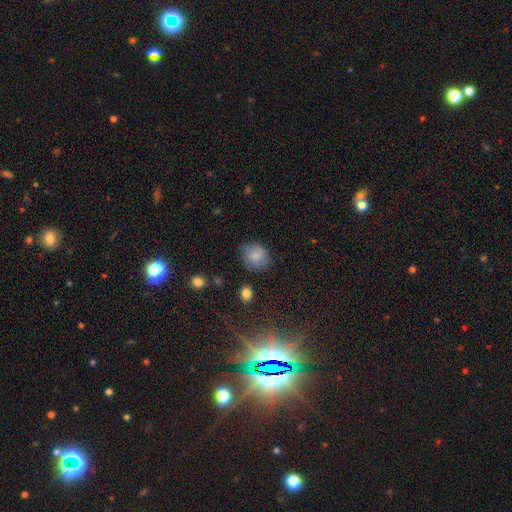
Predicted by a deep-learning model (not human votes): This is clearly a smooth galaxy (82%). How rounded: likely round (69%). Merging: likely none (72%).